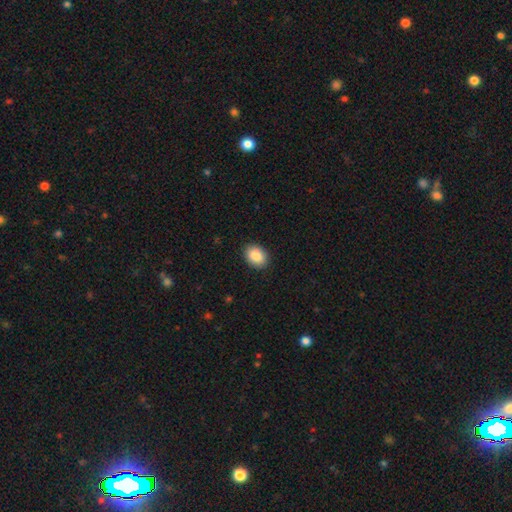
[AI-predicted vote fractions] The model was most divided on "how rounded": in between: 65%, round: 34%, cigar-shaped: 1%. More confident: merging — none (90%); smooth or featured — smooth (88%).